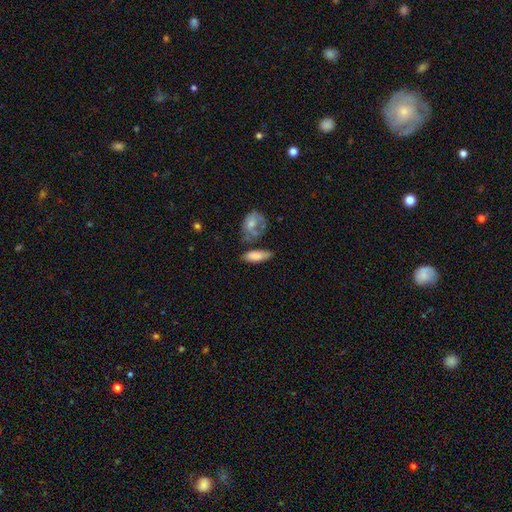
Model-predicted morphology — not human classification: smooth_or_featured: smooth (p=0.77) [alt: featured or disk p=0.17]
how_rounded: in between (p=0.72) [alt: cigar-shaped p=0.24]
merging: none (p=0.51) [alt: minor disturbance p=0.24]